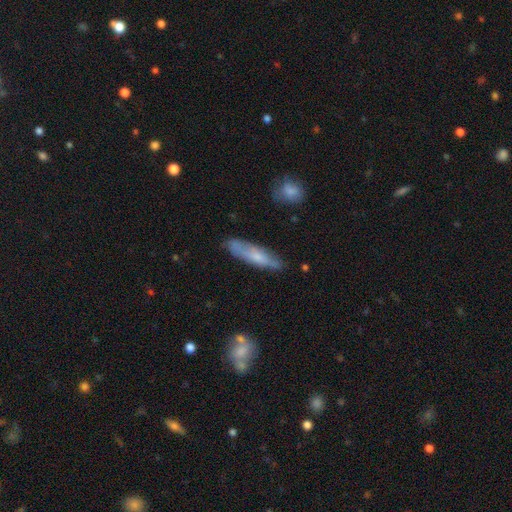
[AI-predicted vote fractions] A smooth galaxy with no disk features (57%) that is cigar-shaped (75%).

Vote fractions:
- Smooth or featured? smooth: 57% / featured or disk: 37% / star or artifact: 6%
- How rounded? cigar-shaped: 75% / in between: 23% / round: 2%
- Merging? none: 76% / minor disturbance: 18% / major disturbance: 3% / merger: 2%